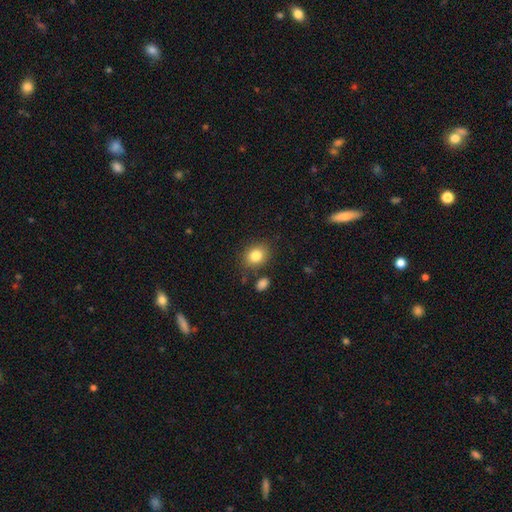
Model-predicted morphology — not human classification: Smooth or featured?
  - smooth: 83% *
  - star or artifact: 10%
  - featured or disk: 8%
How rounded?
  - in between: 50% *
  - round: 49%
  - cigar-shaped: 1%
Merging?
  - none: 79% *
  - minor disturbance: 12%
  - merger: 5%
  - major disturbance: 4%